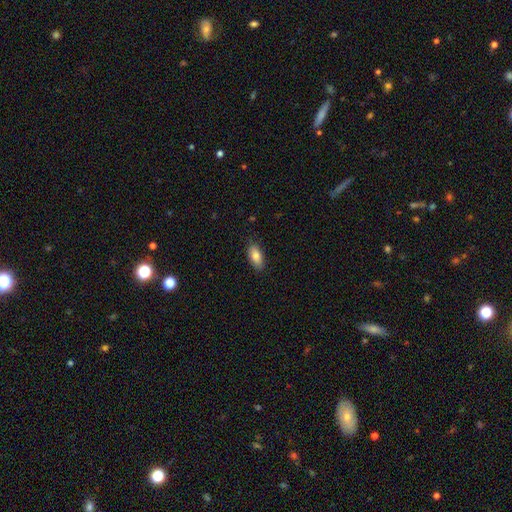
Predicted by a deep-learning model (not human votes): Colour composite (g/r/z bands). It shows a smooth galaxy with no disk features (80%) that is in between round and cigar-shaped (88%). Merging: none (85%).